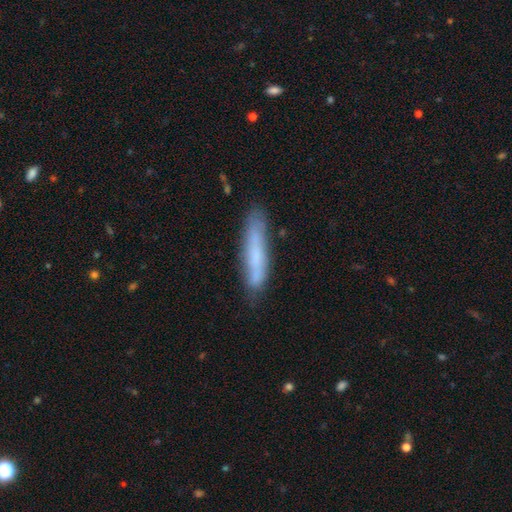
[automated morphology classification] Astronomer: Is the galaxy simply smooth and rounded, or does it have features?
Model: smooth — 60%.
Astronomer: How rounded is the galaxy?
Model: cigar-shaped — 86%.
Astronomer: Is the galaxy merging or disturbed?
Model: none — 74%.